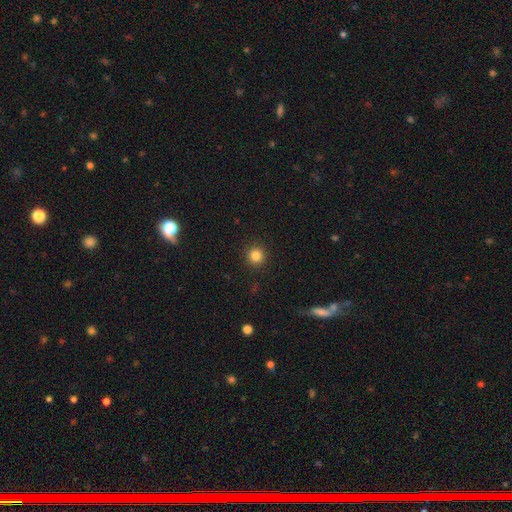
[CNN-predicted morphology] Overall: smooth (84%). How rounded: round (94%). Merging: none (92%).